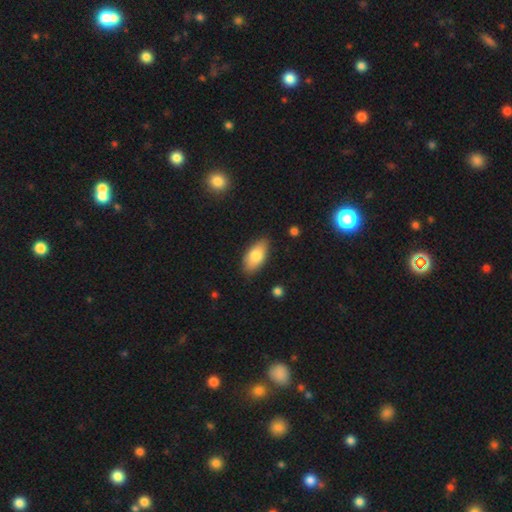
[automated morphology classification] A smooth galaxy with no disk features (78%) that is in between round and cigar-shaped (91%).

Vote fractions:
- Smooth or featured? smooth: 78% / featured or disk: 15% / star or artifact: 6%
- How rounded? in between: 91% / cigar-shaped: 6% / round: 3%
- Merging? none: 83% / minor disturbance: 13% / major disturbance: 2% / merger: 1%